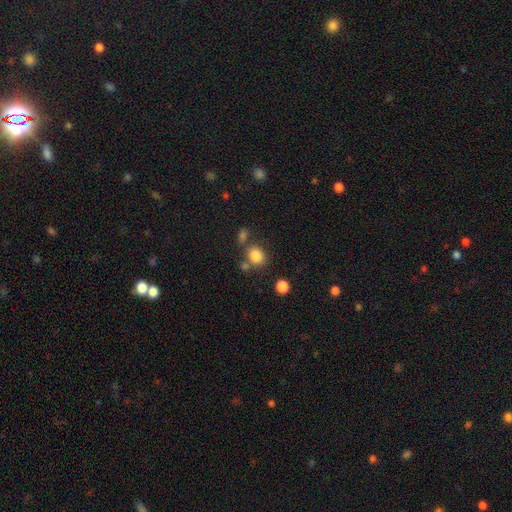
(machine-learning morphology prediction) Overall: smooth (83%). How rounded: round (54%; in between 45%). Merging: none (65%).